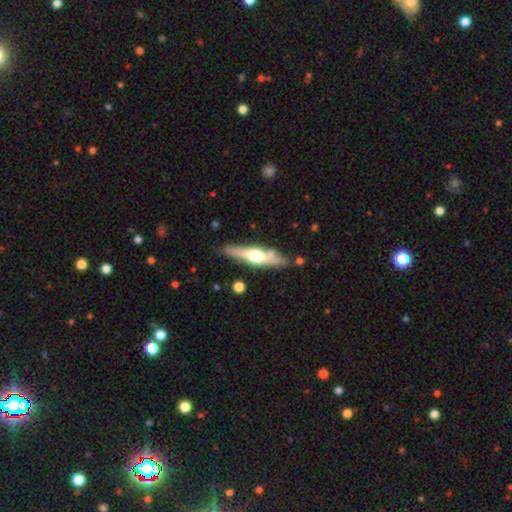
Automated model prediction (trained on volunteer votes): featured or disk 66%, smooth 29%, star or artifact 5%. Down the decision tree: edge-on disk — yes (95%); edge-on bulge — rounded (92%); merging — none (81%).